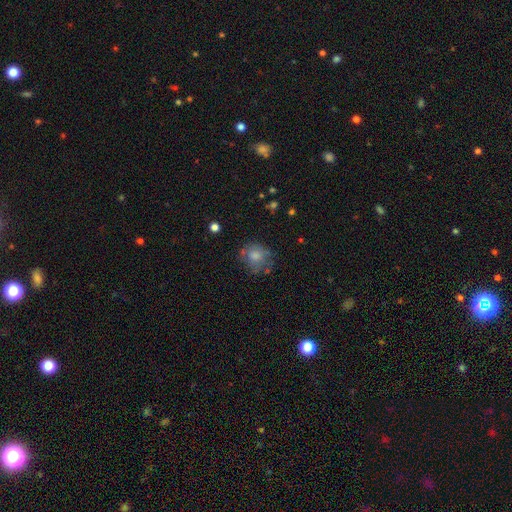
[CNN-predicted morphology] Smooth or featured? Predicted: smooth (p=0.66). How rounded? Predicted: round (p=0.73). Merging? Predicted: none (p=0.57).